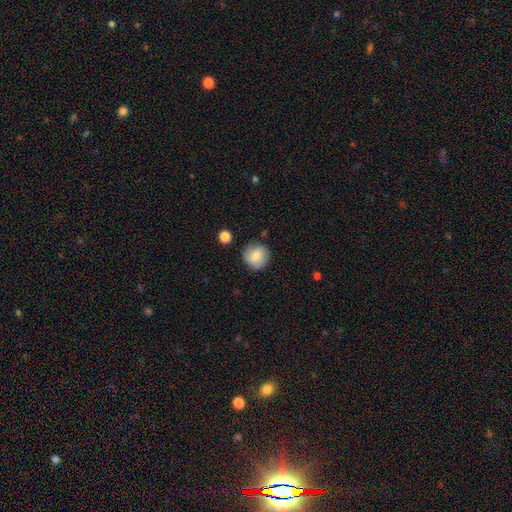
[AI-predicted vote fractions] This appears to be a smooth galaxy with no disk features (79%) that is round (94%). Merging: none (83%).